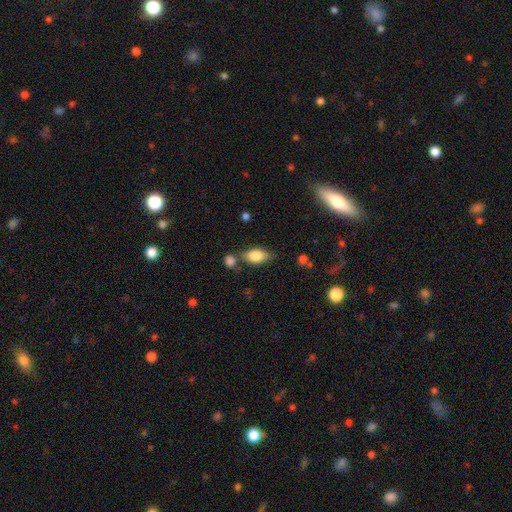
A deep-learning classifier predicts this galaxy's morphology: type=smooth (82%); roundness=in between (89%); merging=none (64%).